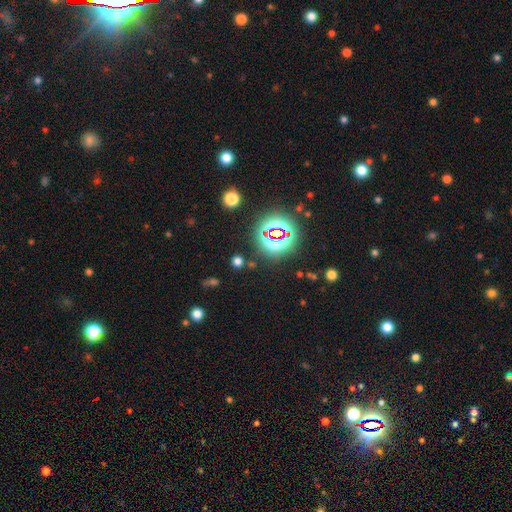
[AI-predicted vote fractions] This appears to be a star or artifact, not a galaxy (75%).